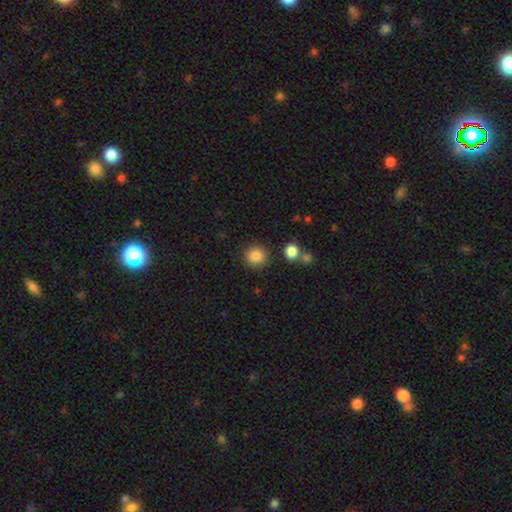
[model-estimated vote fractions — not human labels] A smooth galaxy with no disk features (87%) that is round (89%). Merging: none (86%).